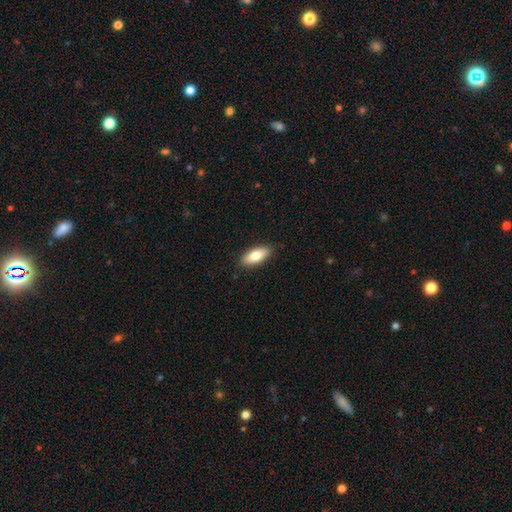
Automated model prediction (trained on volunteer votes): smooth_or_featured: smooth (p=0.80) [alt: featured or disk p=0.14]
how_rounded: in between (p=0.82) [alt: cigar-shaped p=0.16]
merging: none (p=0.88) [alt: minor disturbance p=0.09]